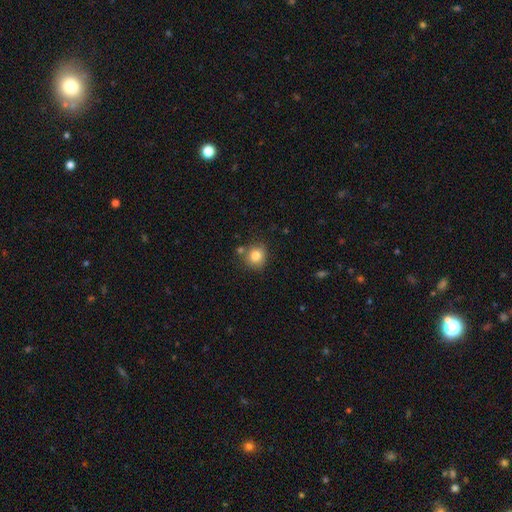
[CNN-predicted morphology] Smooth or featured? Predicted: smooth (p=0.82). How rounded? Predicted: round (p=0.84). Merging? Predicted: none (p=0.74).